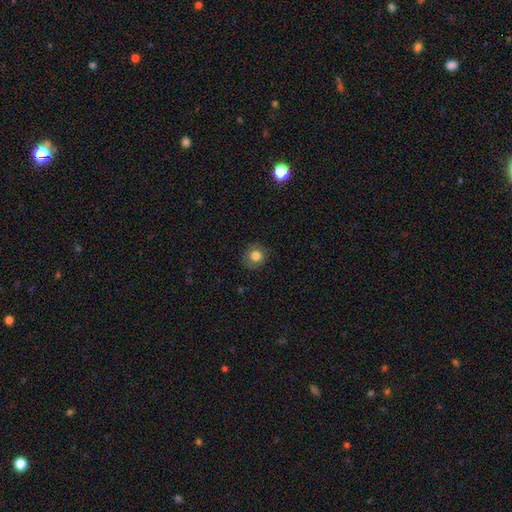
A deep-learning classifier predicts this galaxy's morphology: A smooth galaxy with no disk features (78%) that is round (86%).

Vote fractions:
- Smooth or featured? smooth: 78% / featured or disk: 12% / star or artifact: 10%
- How rounded? round: 86% / in between: 13% / cigar-shaped: 1%
- Merging? none: 83% / minor disturbance: 12% / major disturbance: 4% / merger: 1%